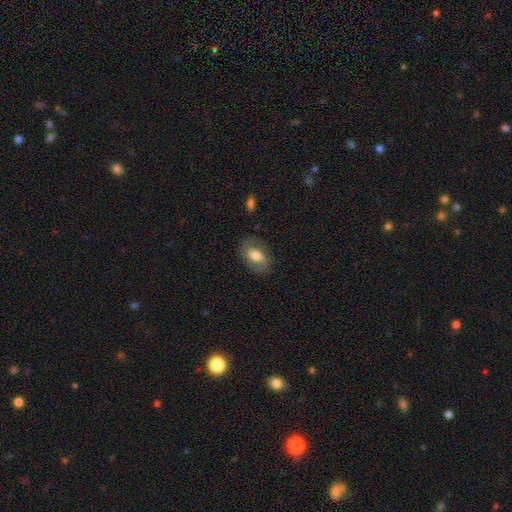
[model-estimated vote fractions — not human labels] Q: Smooth or featured?
A: smooth (47%); runner-up: featured or disk (46%)
Q: Merging?
A: none (77%); runner-up: minor disturbance (15%)